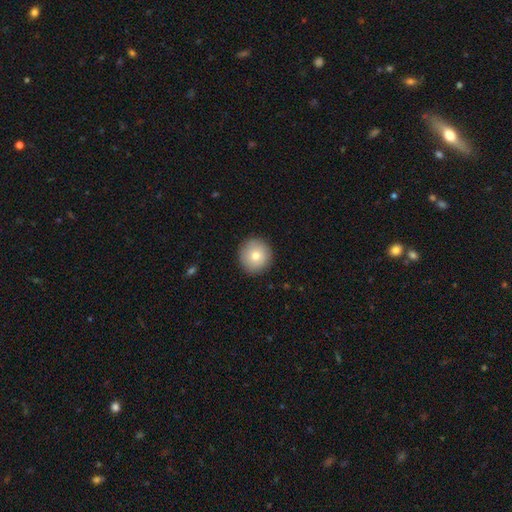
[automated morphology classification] This appears to be a smooth galaxy with no disk features (78%) that is round (94%). Merging: none (91%).